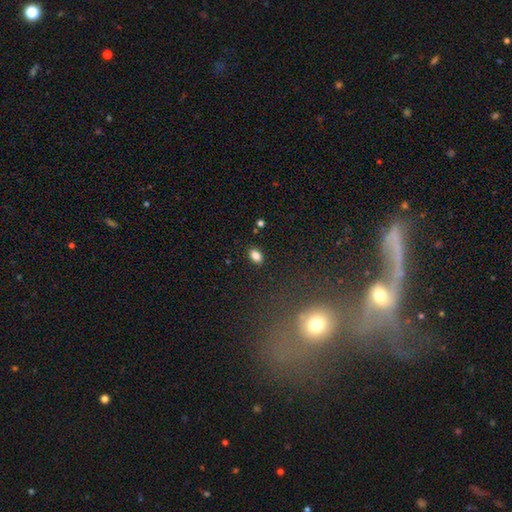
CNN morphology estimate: Smooth or featured?
  - smooth: 83% *
  - star or artifact: 11%
  - featured or disk: 6%
How rounded?
  - in between: 82% *
  - round: 16%
  - cigar-shaped: 2%
Merging?
  - none: 87% *
  - minor disturbance: 9%
  - major disturbance: 2%
  - merger: 2%